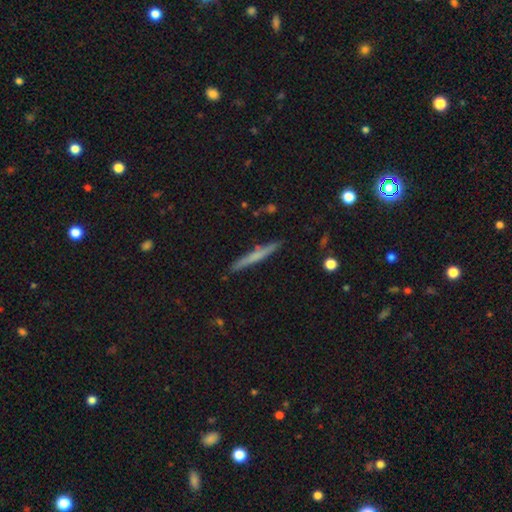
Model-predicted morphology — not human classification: This appears to be a smooth galaxy with no disk features (52%) that is cigar-shaped (96%). Merging: none (90%).